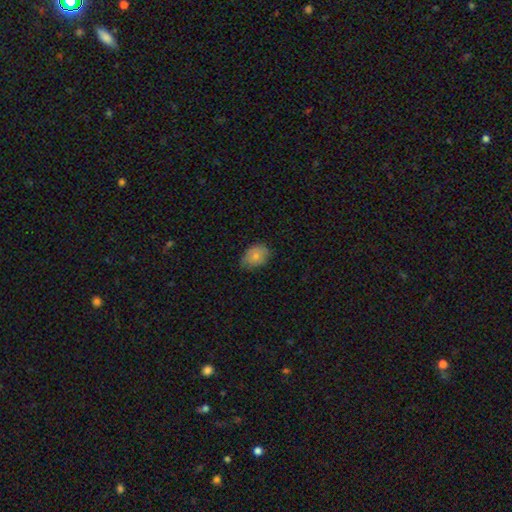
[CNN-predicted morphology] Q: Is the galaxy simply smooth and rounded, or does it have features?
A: smooth — 79%.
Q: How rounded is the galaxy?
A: in between — 75%.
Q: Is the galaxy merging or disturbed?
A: none — 70%.